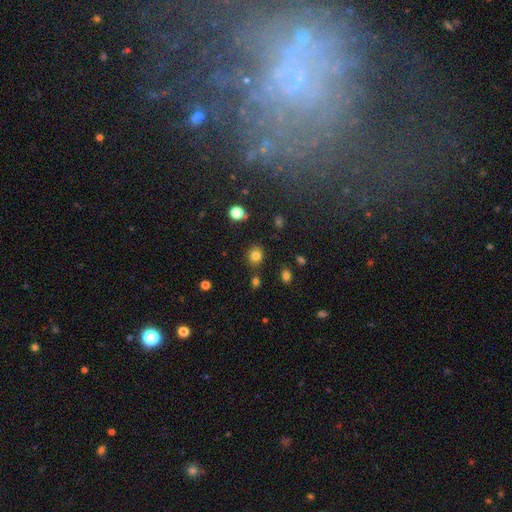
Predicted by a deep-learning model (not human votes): Overall: smooth (81%). How rounded: round (82%). Merging: none (82%).